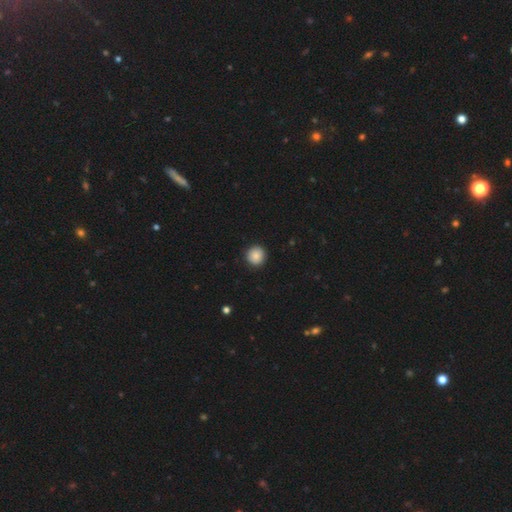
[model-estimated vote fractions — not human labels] Q: Smooth or featured?
A: smooth (87%); runner-up: star or artifact (8%)
Q: How rounded?
A: round (94%); runner-up: in between (5%)
Q: Merging?
A: none (91%); runner-up: minor disturbance (6%)